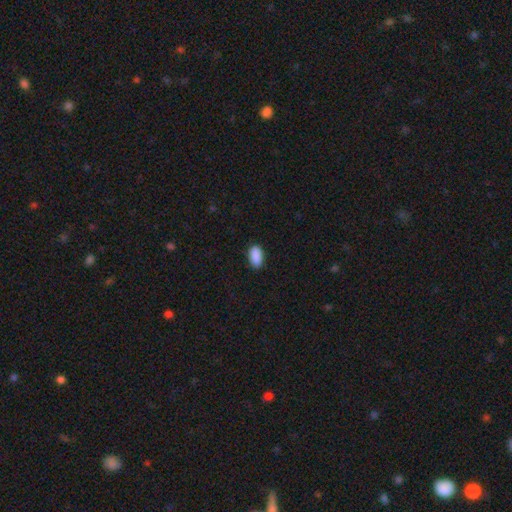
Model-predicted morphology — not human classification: smooth 91%, star or artifact 7%, featured or disk 2%. Down the decision tree: how rounded — in between (94%); merging — none (88%).